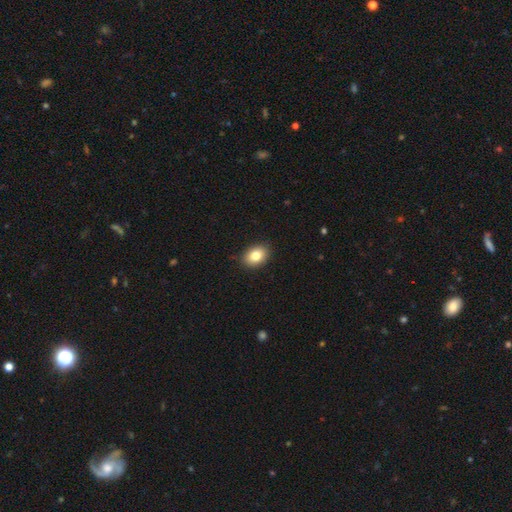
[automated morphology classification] The model was most divided on "how rounded": in between: 73%, round: 26%, cigar-shaped: 1%. More confident: merging — none (88%); smooth or featured — smooth (83%).